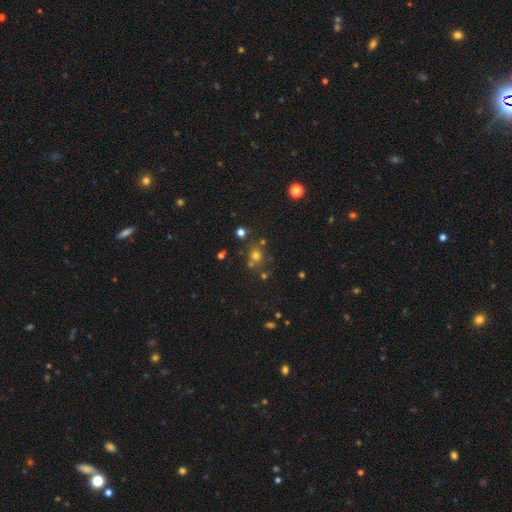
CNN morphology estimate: Q: Smooth or featured?
A: smooth (64%); runner-up: star or artifact (25%)
Q: How rounded?
A: round (82%); runner-up: in between (17%)
Q: Merging?
A: none (68%); runner-up: merger (16%)